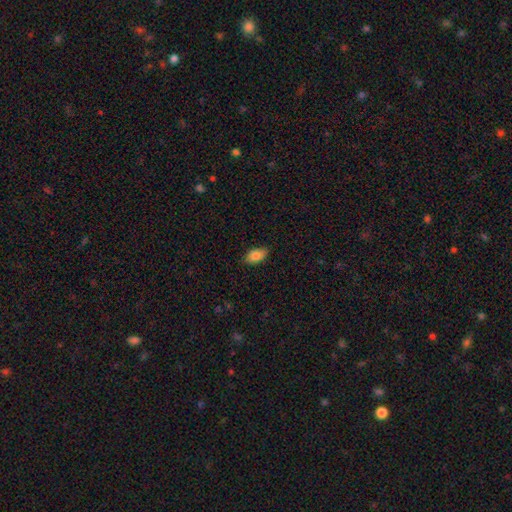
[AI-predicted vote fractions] Overall: smooth (83%). How rounded: in between (92%). Merging: none (86%).